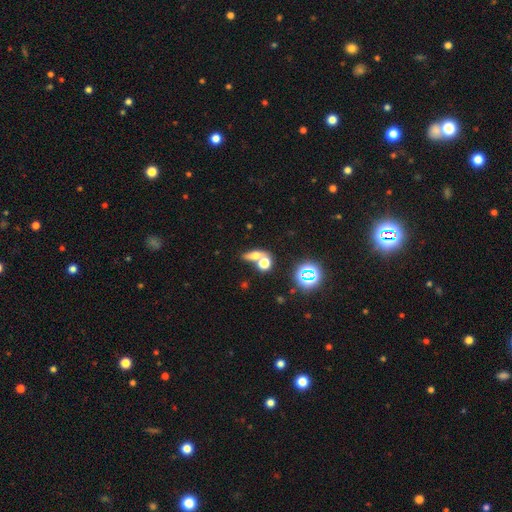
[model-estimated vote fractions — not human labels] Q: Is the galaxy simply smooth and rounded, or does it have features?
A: smooth — 59%.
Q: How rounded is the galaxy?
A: in between — 51%.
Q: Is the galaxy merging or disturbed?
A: none — 46%.